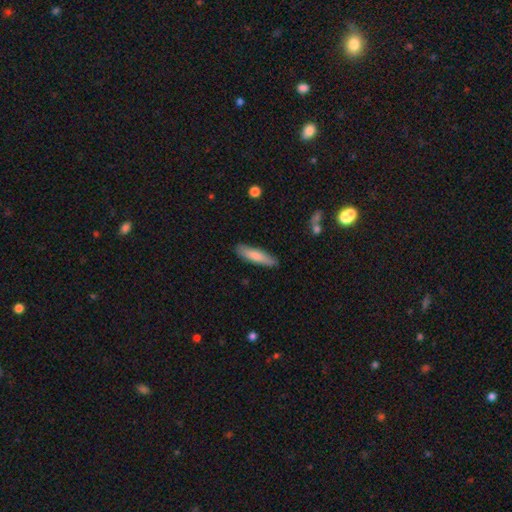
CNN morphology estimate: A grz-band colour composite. It shows a smooth galaxy with no disk features (79%) that is cigar-shaped (77%). Merging: none (87%).